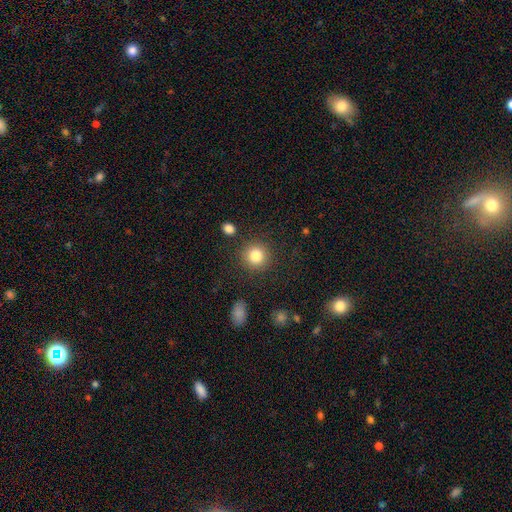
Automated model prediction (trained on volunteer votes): smooth 84%, star or artifact 10%, featured or disk 7%. Down the decision tree: how rounded — round (92%); merging — none (87%).